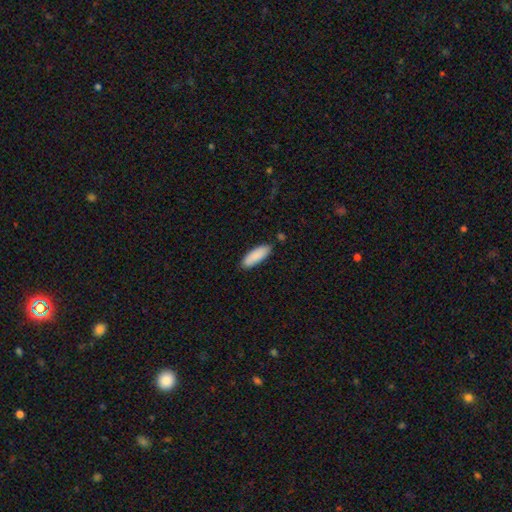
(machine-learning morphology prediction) Smooth or featured? Predicted: smooth (p=0.89). How rounded? Predicted: in between (p=0.61). Merging? Predicted: none (p=0.83).